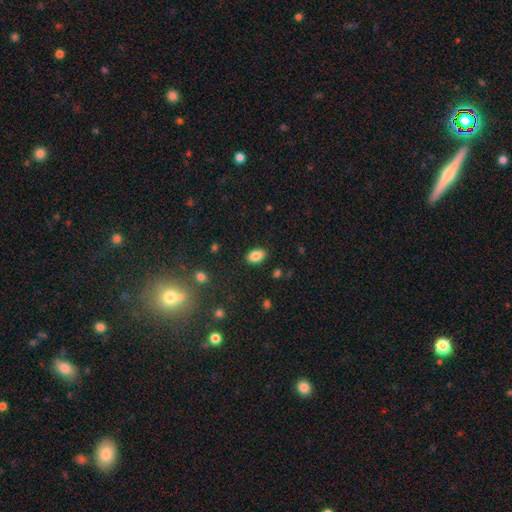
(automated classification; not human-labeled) The model was most divided on "smooth or featured": smooth: 85%, star or artifact: 9%, featured or disk: 6%. More confident: how rounded — in between (88%); merging — none (87%).